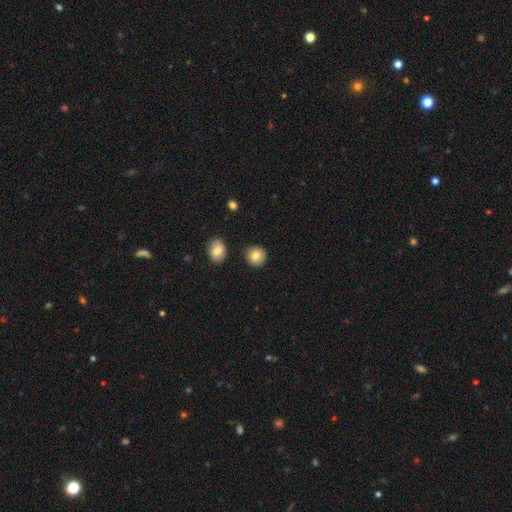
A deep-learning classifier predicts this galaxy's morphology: This is clearly a smooth galaxy (82%). How rounded: clearly round (91%). Merging: clearly none (89%).